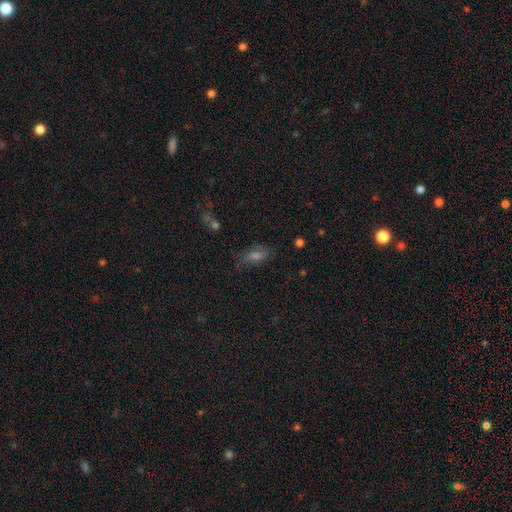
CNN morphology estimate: smooth 47%, featured or disk 29%, star or artifact 23%. Down the decision tree: merging — none (64%).